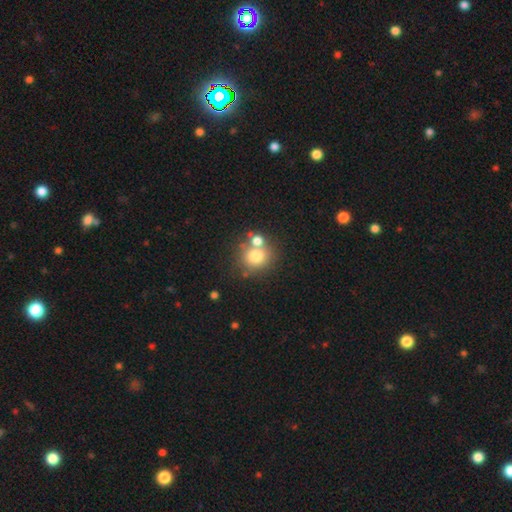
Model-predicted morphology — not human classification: Smooth or featured: smooth — 74% (featured or disk — 13%)
How rounded: round — 82% (in between — 17%)
Merging: none — 55% (merger — 32%)